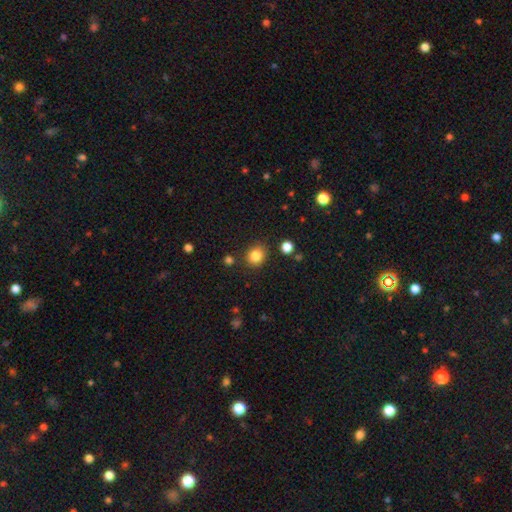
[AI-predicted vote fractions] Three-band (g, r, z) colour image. It shows a smooth galaxy with no disk features (84%) that is round (76%). Merging: none (84%).